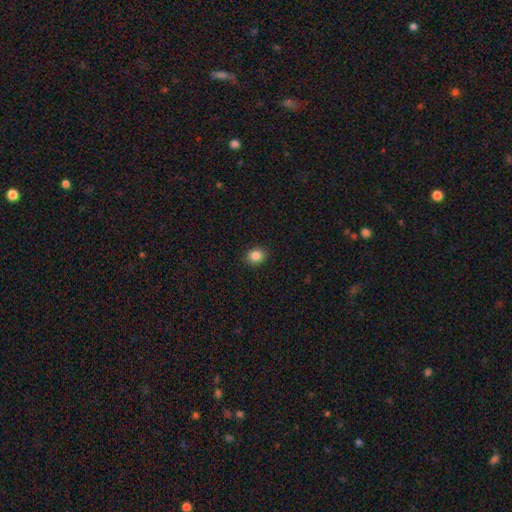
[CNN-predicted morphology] smooth 85%, star or artifact 10%, featured or disk 4%. Down the decision tree: how rounded — round (65%); merging — none (90%).